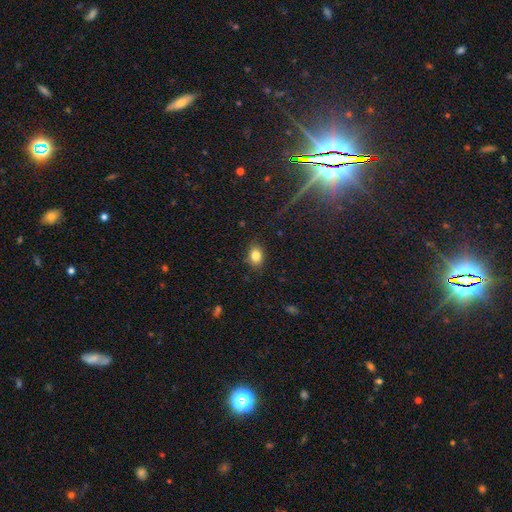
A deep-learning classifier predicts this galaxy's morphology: Smooth or featured?
  - smooth: 83% *
  - star or artifact: 10%
  - featured or disk: 7%
How rounded?
  - in between: 66% *
  - round: 33%
  - cigar-shaped: 1%
Merging?
  - none: 85% *
  - minor disturbance: 11%
  - major disturbance: 3%
  - merger: 1%